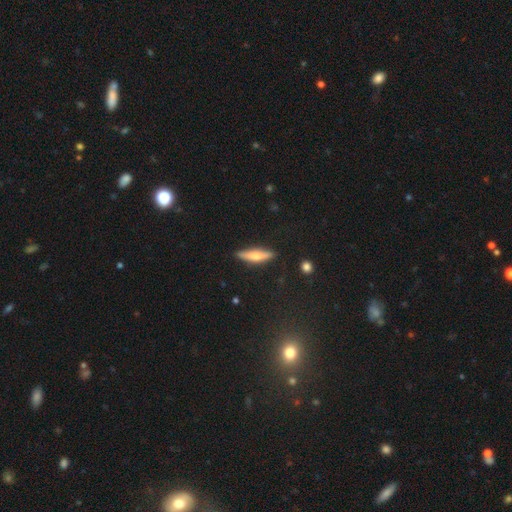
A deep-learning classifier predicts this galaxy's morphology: A smooth galaxy with no disk features (59%) that is cigar-shaped (75%). Merging: none (85%).